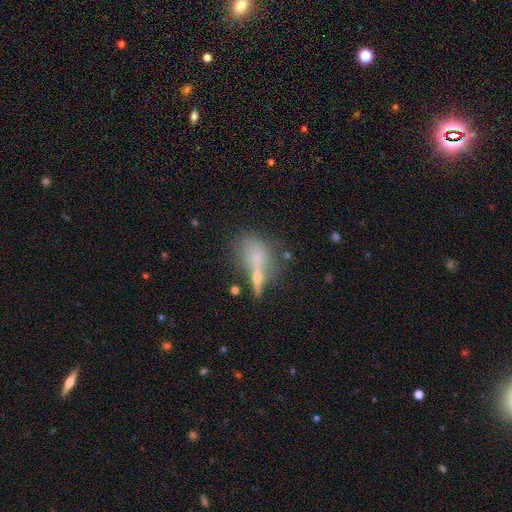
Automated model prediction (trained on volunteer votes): A smooth galaxy with no disk features (59%) that is in between round and cigar-shaped (55%). Merging: none (44%).